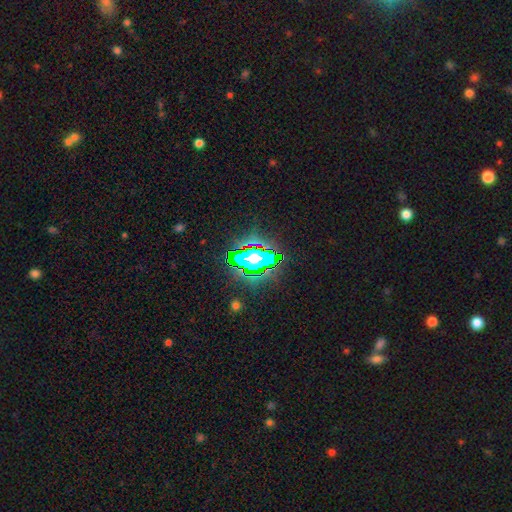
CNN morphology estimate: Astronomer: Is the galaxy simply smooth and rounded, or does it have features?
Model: star or artifact — 59%.